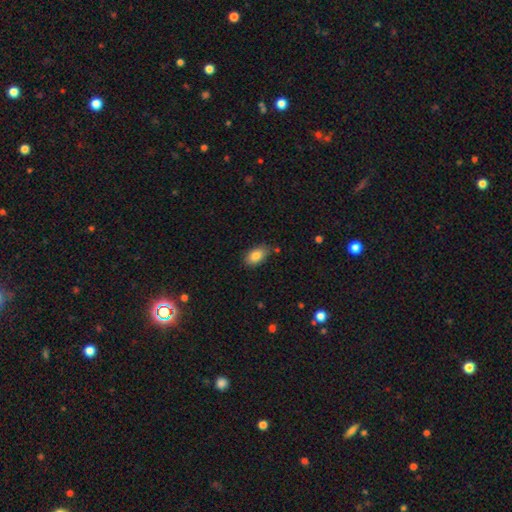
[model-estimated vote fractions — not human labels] This appears to be a smooth galaxy with no disk features (86%) that is in between round and cigar-shaped (91%). Merging: none (78%).